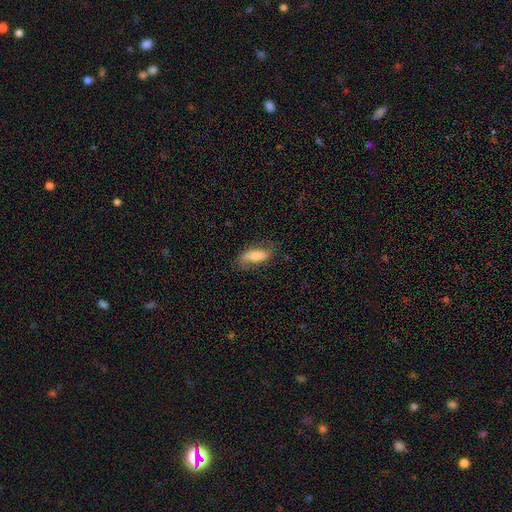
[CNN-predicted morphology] smooth_or_featured: smooth (p=0.53) [alt: featured or disk p=0.39]
how_rounded: in between (p=0.69) [alt: cigar-shaped p=0.28]
merging: none (p=0.69) [alt: minor disturbance p=0.21]